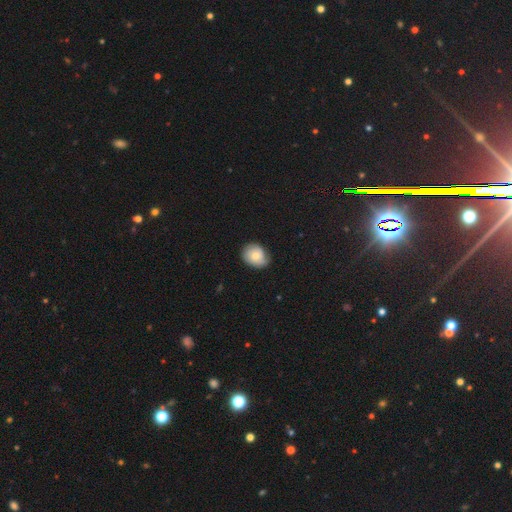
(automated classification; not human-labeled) This is likely a smooth galaxy (68%). How rounded: possibly round (58%). Merging: likely none (65%).